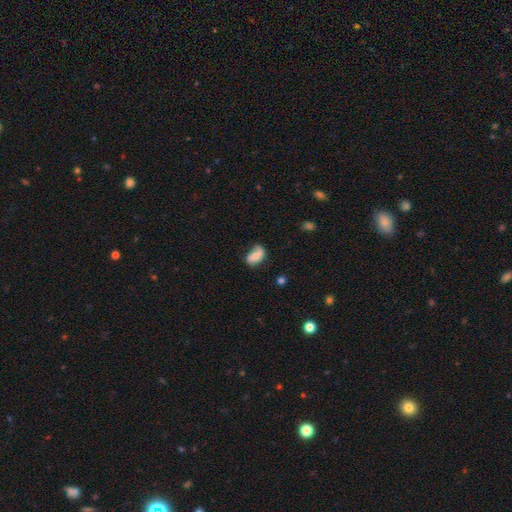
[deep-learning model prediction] smooth 61%, featured or disk 30%, star or artifact 9%. Down the decision tree: how rounded — in between (88%); merging — none (48%).